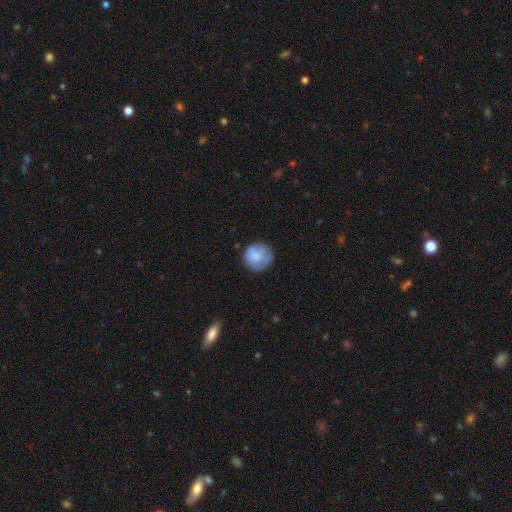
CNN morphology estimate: smooth-or-featured: smooth: 74% | featured or disk: 18% | star or artifact: 7%
  how-rounded: round: 91% | in between: 8% | cigar-shaped: 1%
  merging: none: 72% | minor disturbance: 20% | major disturbance: 6% | merger: 2%